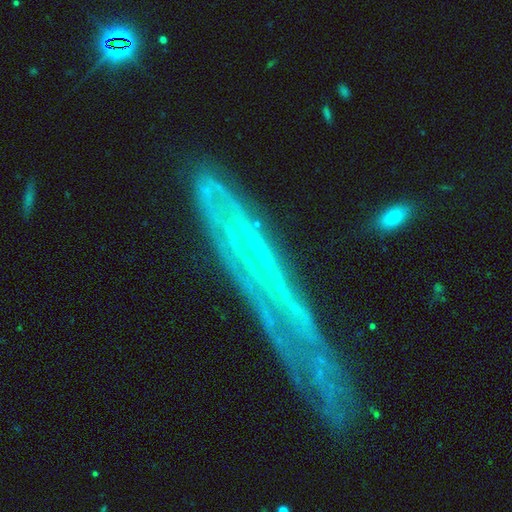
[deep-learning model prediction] A featured or disk galaxy (72%) viewed edge-on (56%).

Vote fractions:
- Smooth or featured? featured or disk: 72% / smooth: 17% / star or artifact: 12%
- Edge-on disk? yes: 56% / no: 44%
- Merging? none: 59% / minor disturbance: 22% / major disturbance: 15% / merger: 4%